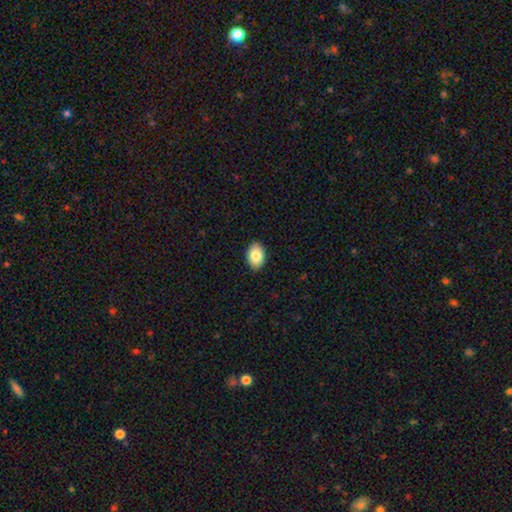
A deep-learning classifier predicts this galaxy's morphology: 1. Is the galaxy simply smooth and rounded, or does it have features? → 85% smooth, 8% featured or disk, 7% star or artifact.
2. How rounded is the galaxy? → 85% in between, 14% round, 1% cigar-shaped.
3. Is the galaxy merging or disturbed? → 90% none, 7% minor disturbance, 2% major disturbance, 1% merger.